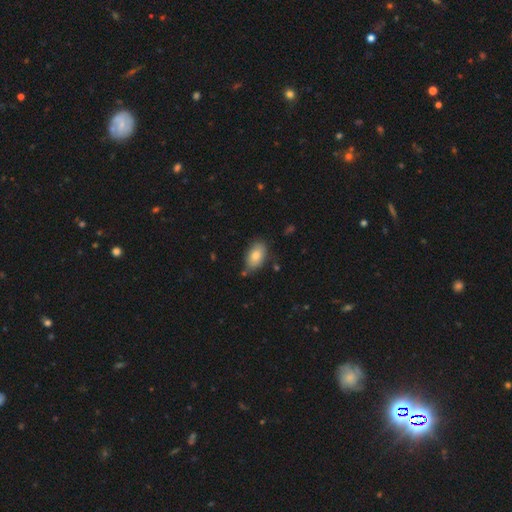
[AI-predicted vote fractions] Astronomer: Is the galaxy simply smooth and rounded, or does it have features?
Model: smooth — 81%.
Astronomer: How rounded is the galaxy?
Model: in between — 91%.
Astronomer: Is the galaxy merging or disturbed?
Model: none — 73%.